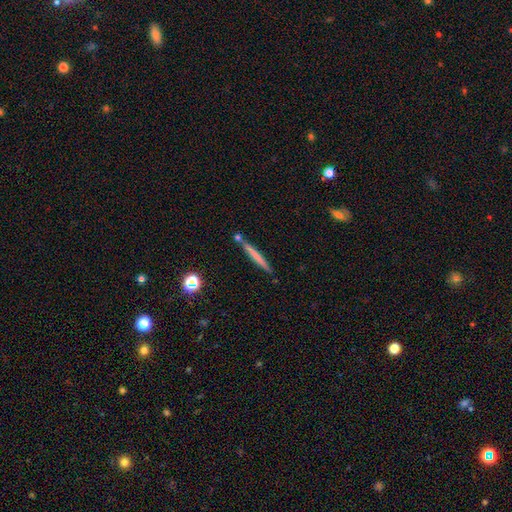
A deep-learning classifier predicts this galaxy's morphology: This appears to be a smooth galaxy with no disk features (61%) that is cigar-shaped (96%). Merging: none (78%).